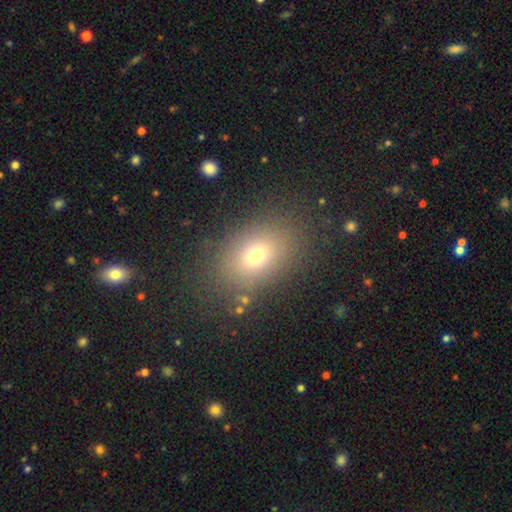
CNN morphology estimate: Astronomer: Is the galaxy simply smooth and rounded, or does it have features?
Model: smooth — 70%.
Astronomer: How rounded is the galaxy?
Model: in between — 73%.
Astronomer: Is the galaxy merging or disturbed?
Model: none — 82%.